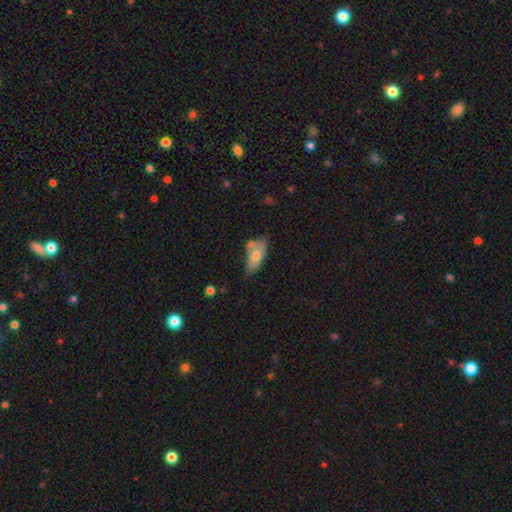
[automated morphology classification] type=smooth (69%); roundness=in between (83%); merging=none (51%).